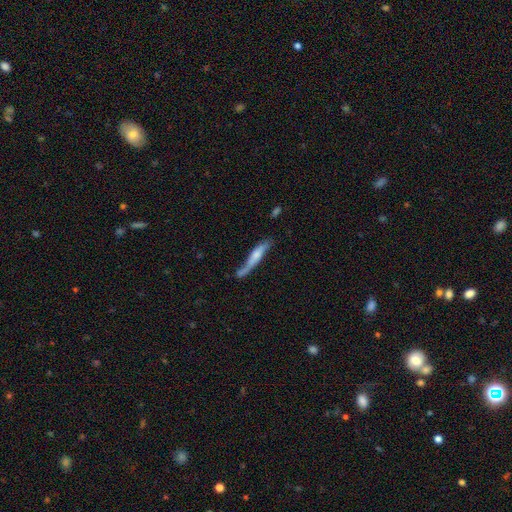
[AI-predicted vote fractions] Smooth or featured? Predicted: smooth (p=0.51). How rounded? Predicted: cigar-shaped (p=0.88). Merging? Predicted: none (p=0.44).